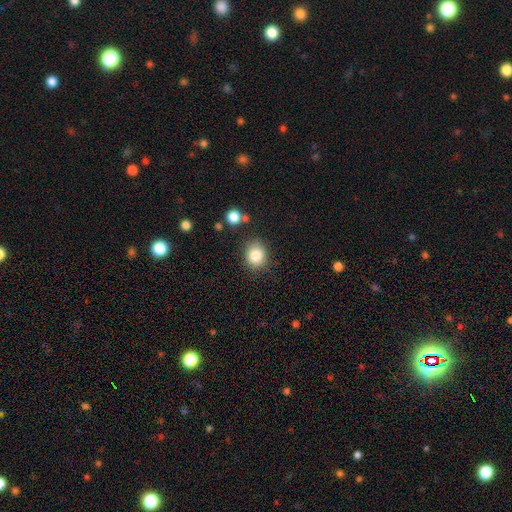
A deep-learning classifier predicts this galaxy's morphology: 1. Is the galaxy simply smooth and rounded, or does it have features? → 84% smooth, 9% star or artifact, 6% featured or disk.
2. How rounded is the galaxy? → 64% round, 35% in between, 1% cigar-shaped.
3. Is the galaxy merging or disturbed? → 79% none, 14% minor disturbance, 4% merger, 4% major disturbance.